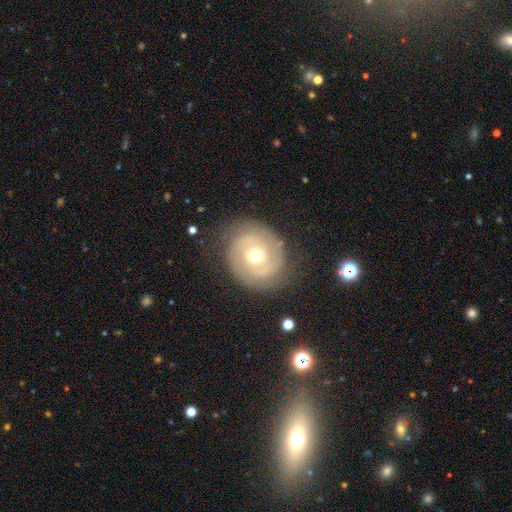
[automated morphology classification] type=featured or disk (79%); edge-on=no (97%); bar=no (69%); spiral arms=yes (89%); winding=tight (64%); arm count=2 (77%); bulge=moderate (52%); merging=none (79%).